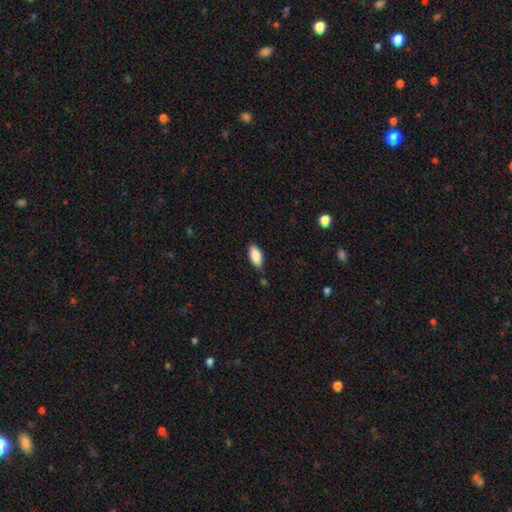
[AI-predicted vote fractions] This is clearly a smooth galaxy (87%). How rounded: clearly in between (91%). Merging: clearly none (82%).